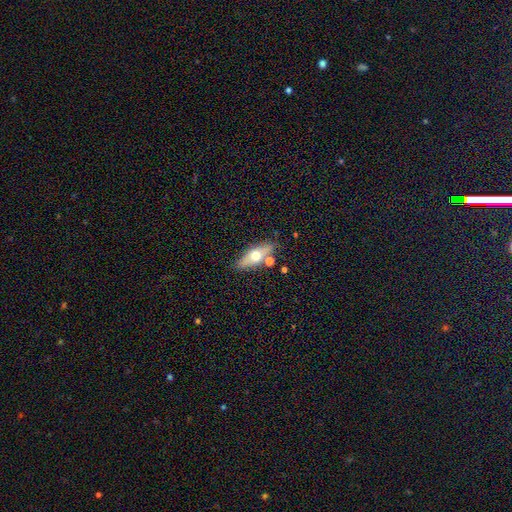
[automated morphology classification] The model was most divided on "smooth or featured": smooth: 50%, featured or disk: 43%, star or artifact: 7%. More confident: merging — none (77%); how rounded — in between (60%).